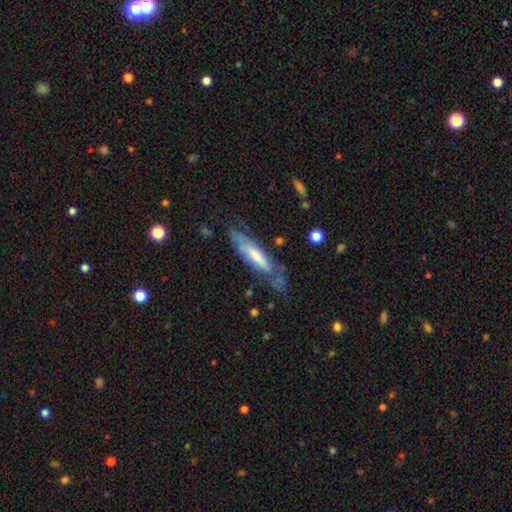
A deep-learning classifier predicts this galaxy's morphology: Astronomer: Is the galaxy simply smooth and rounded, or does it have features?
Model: featured or disk — 60%.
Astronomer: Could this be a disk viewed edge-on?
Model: no — 51% (runner-up: yes, 49%).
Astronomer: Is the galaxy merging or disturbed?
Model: none — 58%.